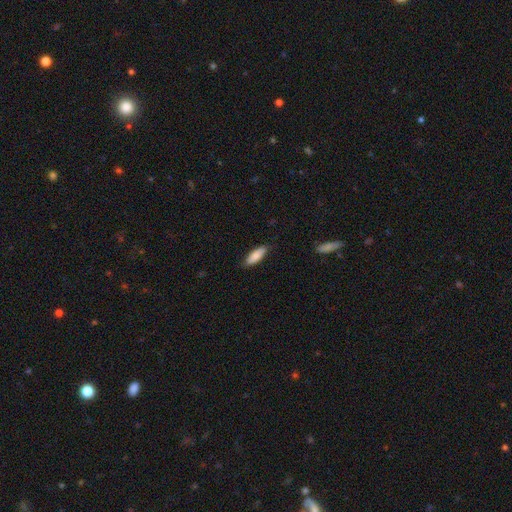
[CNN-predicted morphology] A smooth galaxy with no disk features (81%) that is in between round and cigar-shaped (62%). Merging: none (82%).